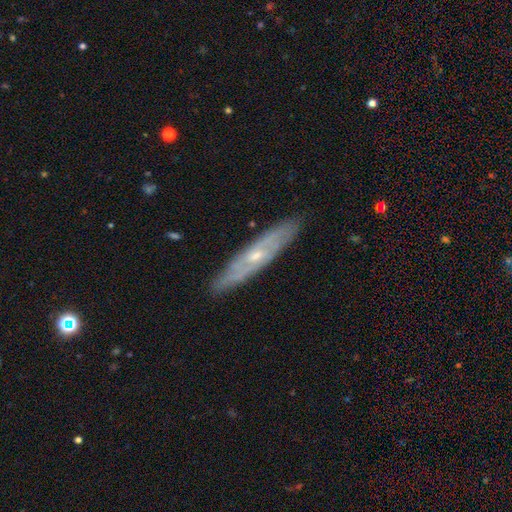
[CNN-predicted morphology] This is likely a featured or disk galaxy (69%). It is possibly viewed edge-on (53%). Merging: clearly none (86%).